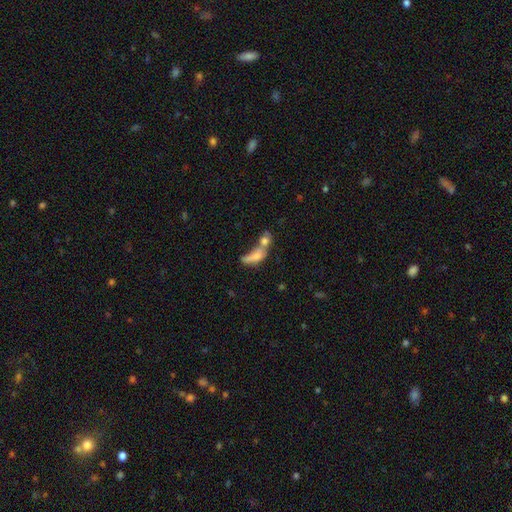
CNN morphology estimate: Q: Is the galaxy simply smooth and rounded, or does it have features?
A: smooth — 64%.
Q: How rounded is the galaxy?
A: in between — 61%.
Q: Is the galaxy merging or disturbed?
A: merger — 62%.